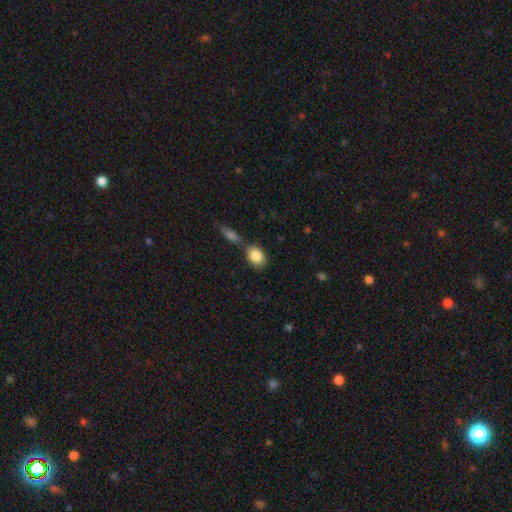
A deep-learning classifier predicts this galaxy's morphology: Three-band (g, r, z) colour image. It shows a smooth galaxy with no disk features (86%) that is in between round and cigar-shaped (76%). Merging: none (61%).